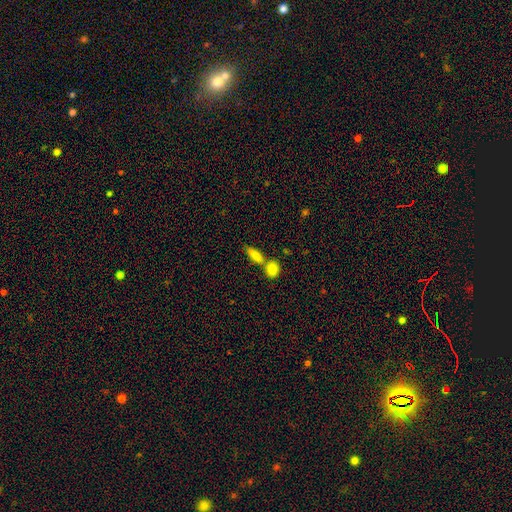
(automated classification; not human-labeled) Q: Smooth or featured?
A: smooth (83%); runner-up: featured or disk (9%)
Q: How rounded?
A: in between (57%); runner-up: cigar-shaped (36%)
Q: Merging?
A: none (50%); runner-up: merger (37%)